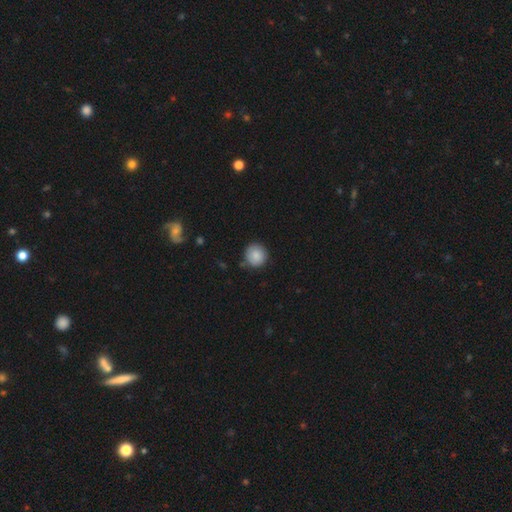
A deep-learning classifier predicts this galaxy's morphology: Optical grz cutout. It shows a smooth galaxy with no disk features (85%) that is round (89%). Merging: none (82%).